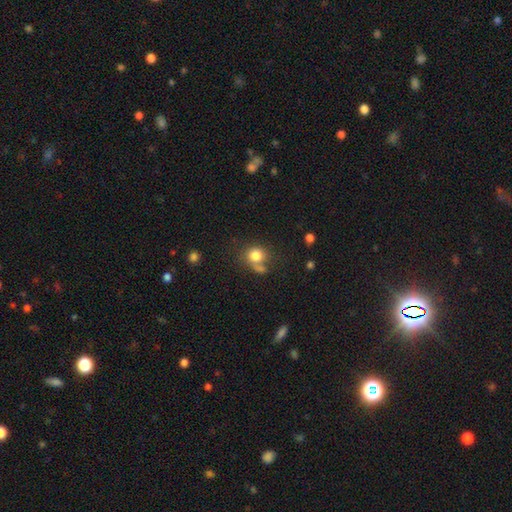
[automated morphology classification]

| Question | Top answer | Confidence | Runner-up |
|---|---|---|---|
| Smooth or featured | smooth | 79% | star or artifact (11%) |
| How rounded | round | 78% | in between (21%) |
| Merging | none | 50% | merger (25%) |